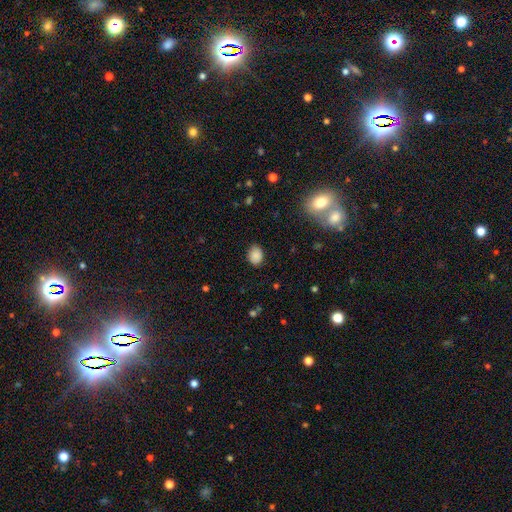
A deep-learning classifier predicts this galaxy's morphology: A smooth galaxy with no disk features (87%) that is in between round and cigar-shaped (63%).

Vote fractions:
- Smooth or featured? smooth: 87% / star or artifact: 9% / featured or disk: 4%
- How rounded? in between: 63% / round: 36% / cigar-shaped: 1%
- Merging? none: 83% / minor disturbance: 13% / major disturbance: 3% / merger: 1%